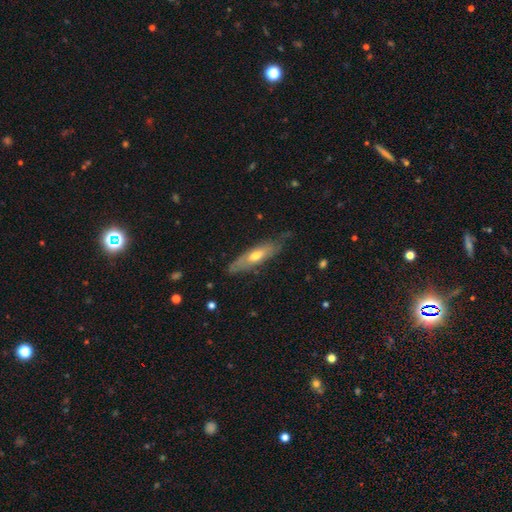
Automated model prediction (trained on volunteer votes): Morphology: type=featured or disk (48%); merging=none (70%).